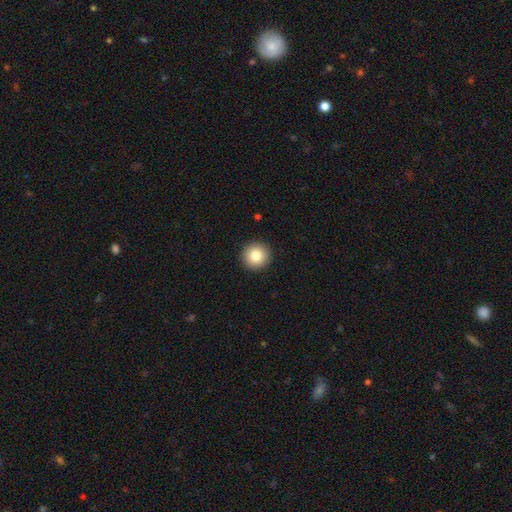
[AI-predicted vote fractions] The model was most divided on "smooth or featured": smooth: 82%, star or artifact: 10%, featured or disk: 8%. More confident: how rounded — round (96%); merging — none (93%).